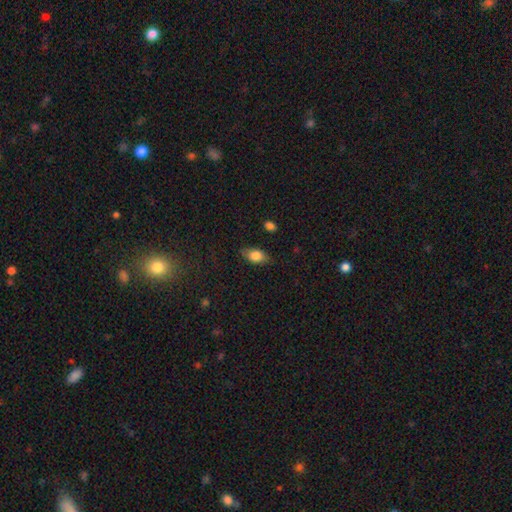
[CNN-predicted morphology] A smooth galaxy with no disk features (80%) that is in between round and cigar-shaped (88%).

Vote fractions:
- Smooth or featured? smooth: 80% / featured or disk: 13% / star or artifact: 8%
- How rounded? in between: 88% / round: 8% / cigar-shaped: 4%
- Merging? none: 79% / minor disturbance: 16% / major disturbance: 4% / merger: 1%